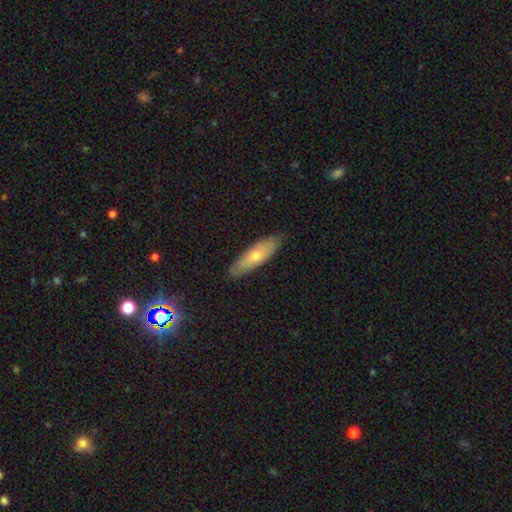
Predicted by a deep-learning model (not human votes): smooth_or_featured: smooth (p=0.59) [alt: featured or disk p=0.34]
how_rounded: cigar-shaped (p=0.54) [alt: in between p=0.44]
merging: none (p=0.85) [alt: minor disturbance p=0.12]